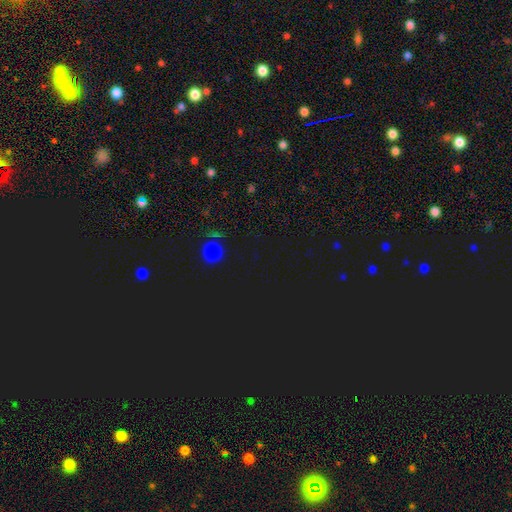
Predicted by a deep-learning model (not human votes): smooth-or-featured: star or artifact: 68% | smooth: 26% | featured or disk: 7%